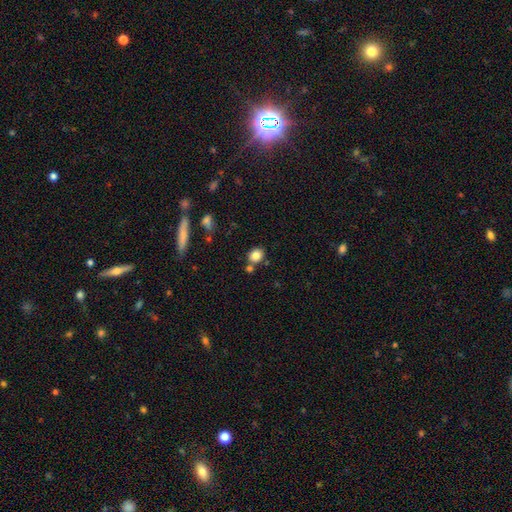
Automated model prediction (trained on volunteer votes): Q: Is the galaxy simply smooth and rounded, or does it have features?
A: smooth — 83%.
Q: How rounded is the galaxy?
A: round — 61%.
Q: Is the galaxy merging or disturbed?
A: none — 69%.